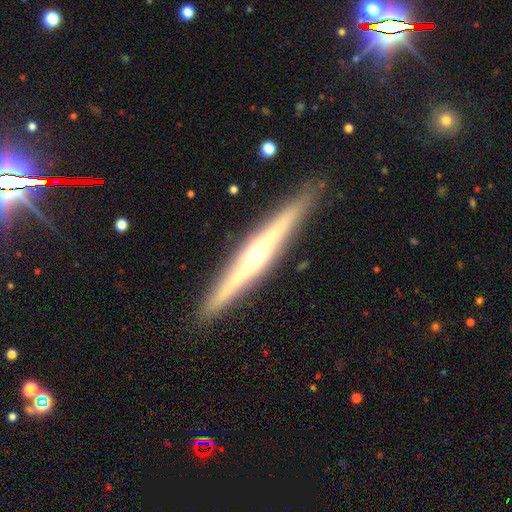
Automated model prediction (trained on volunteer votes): A featured or disk galaxy (76%) viewed edge-on (97%) with a rounded central bulge (84%).

Vote fractions:
- Smooth or featured? featured or disk: 76% / smooth: 18% / star or artifact: 6%
- Edge-on disk? yes: 97% / no: 3%
- Edge-on bulge? rounded: 84% / none: 11% / boxy: 6%
- Merging? none: 90% / minor disturbance: 7% / major disturbance: 1% / merger: 1%